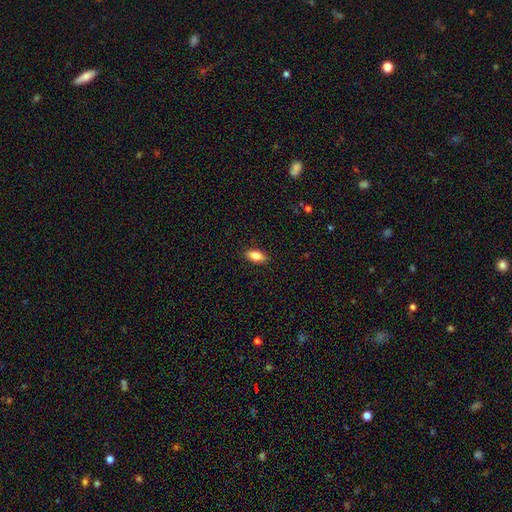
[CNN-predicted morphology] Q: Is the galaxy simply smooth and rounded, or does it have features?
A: smooth — 82%.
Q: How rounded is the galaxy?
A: in between — 86%.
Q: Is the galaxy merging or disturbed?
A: none — 89%.